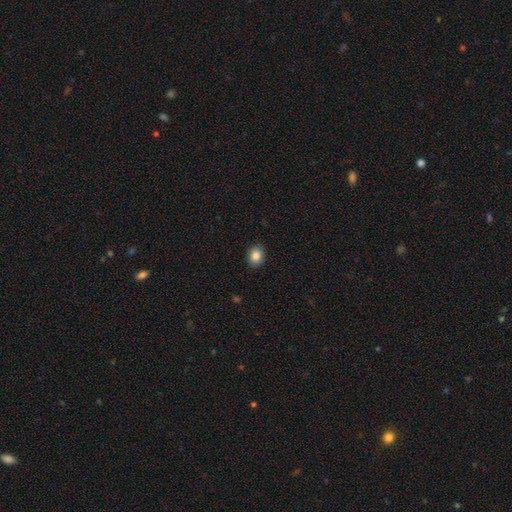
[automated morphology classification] The model was most divided on "how rounded": in between: 52%, round: 47%, cigar-shaped: 1%. More confident: merging — none (90%); smooth or featured — smooth (86%).